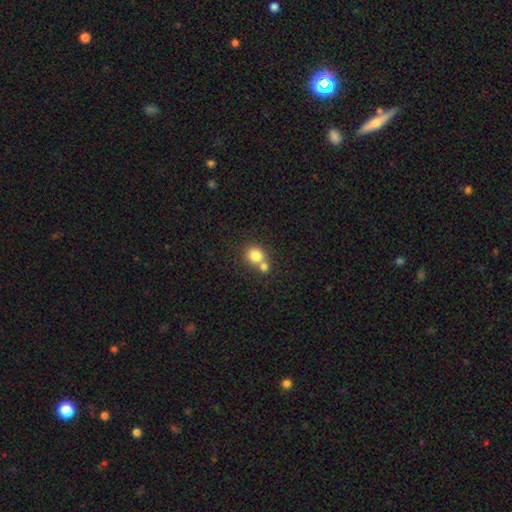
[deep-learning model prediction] A smooth galaxy with no disk features (81%) that is round (85%).

Vote fractions:
- Smooth or featured? smooth: 81% / star or artifact: 11% / featured or disk: 9%
- How rounded? round: 85% / in between: 14% / cigar-shaped: 1%
- Merging? merger: 46% / none: 45% / minor disturbance: 6% / major disturbance: 2%